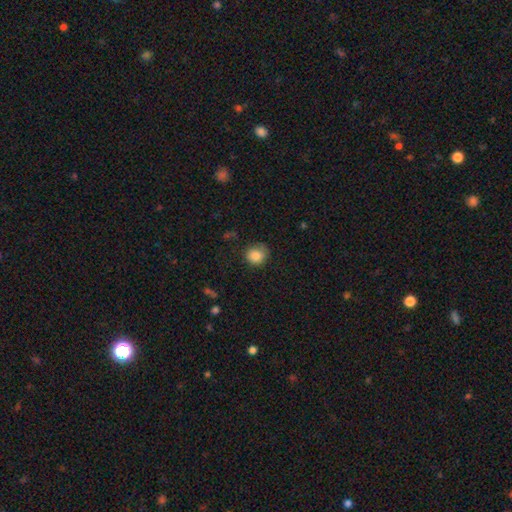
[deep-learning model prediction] Smooth or featured? Predicted: smooth (p=0.85). How rounded? Predicted: round (p=0.82). Merging? Predicted: none (p=0.67).